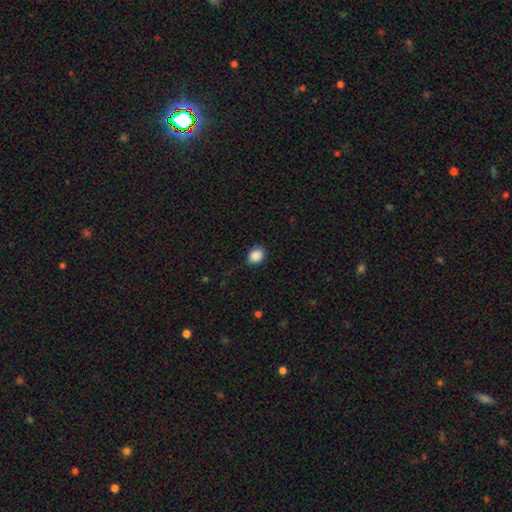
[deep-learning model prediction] A smooth galaxy with no disk features (88%) that is round (51%).

Vote fractions:
- Smooth or featured? smooth: 88% / star or artifact: 8% / featured or disk: 3%
- How rounded? round: 51% / in between: 48% / cigar-shaped: 1%
- Merging? none: 82% / minor disturbance: 14% / major disturbance: 3% / merger: 1%